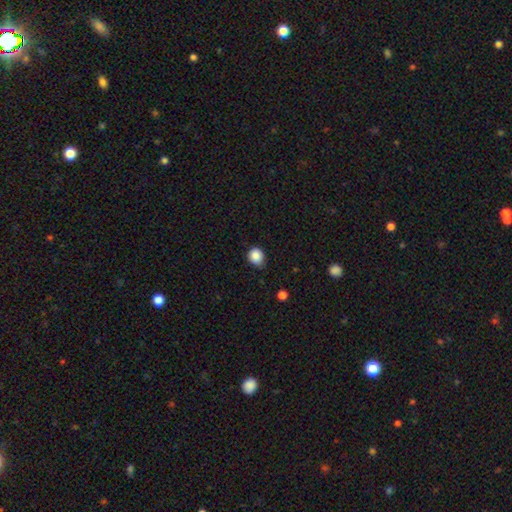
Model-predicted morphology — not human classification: Smooth or featured?
  - smooth: 87% *
  - star or artifact: 10%
  - featured or disk: 3%
How rounded?
  - round: 73% *
  - in between: 26%
  - cigar-shaped: 1%
Merging?
  - none: 77% *
  - minor disturbance: 19%
  - major disturbance: 3%
  - merger: 1%